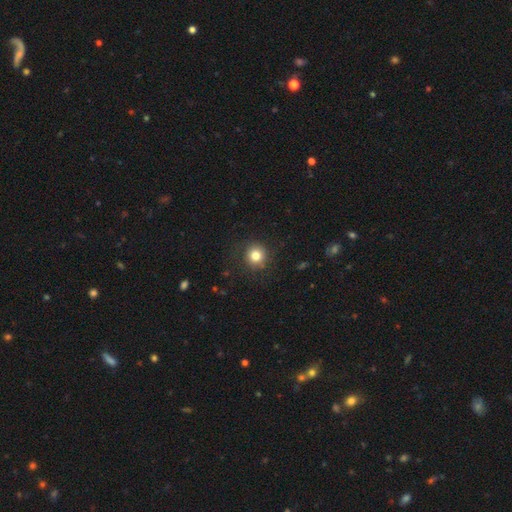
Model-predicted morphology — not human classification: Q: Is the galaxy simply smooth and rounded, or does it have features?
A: smooth — 81%.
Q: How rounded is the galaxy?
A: round — 93%.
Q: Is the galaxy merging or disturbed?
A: none — 86%.